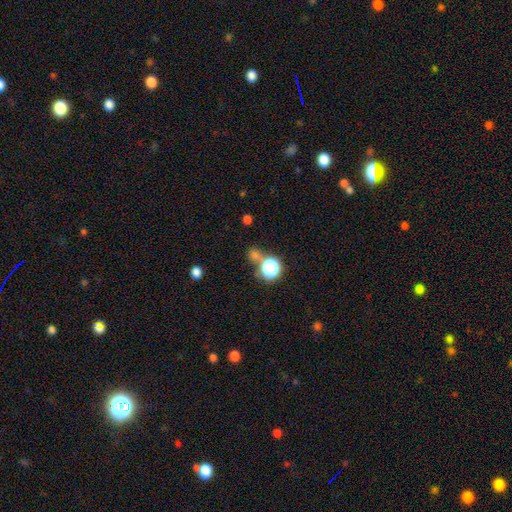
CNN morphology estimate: This appears to be a smooth galaxy with no disk features (53%) that is round (86%). Merging: none (68%).